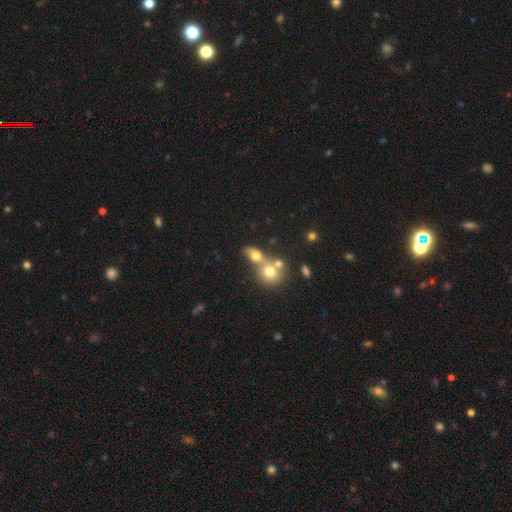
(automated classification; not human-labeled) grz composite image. It shows a smooth galaxy with no disk features (70%) that is in between round and cigar-shaped (52%). Merging: merger (61%).